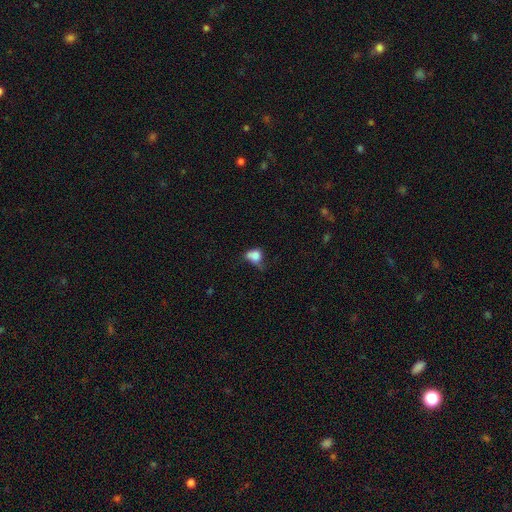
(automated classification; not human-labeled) smooth 74%, featured or disk 15%, star or artifact 11%. Down the decision tree: how rounded — in between (57%); merging — minor disturbance (33%, tied with major disturbance).